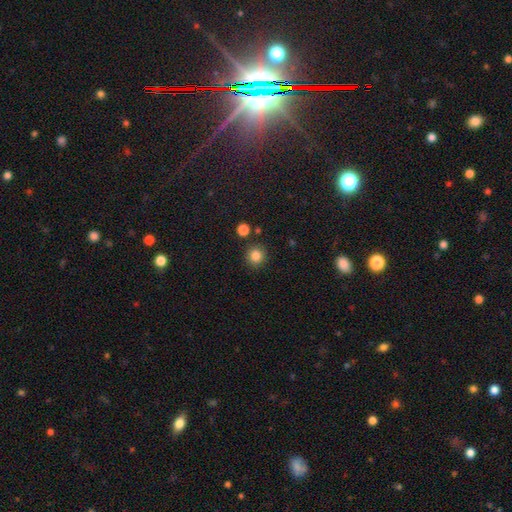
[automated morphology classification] The model was most divided on "smooth or featured": smooth: 85%, star or artifact: 11%, featured or disk: 4%. More confident: how rounded — round (92%); merging — none (87%).